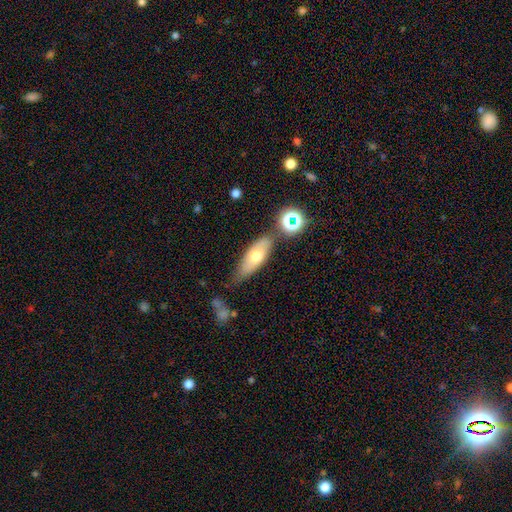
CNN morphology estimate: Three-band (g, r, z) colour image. It shows a smooth galaxy with no disk features (59%) that is in between round and cigar-shaped (67%). Merging: none (69%).